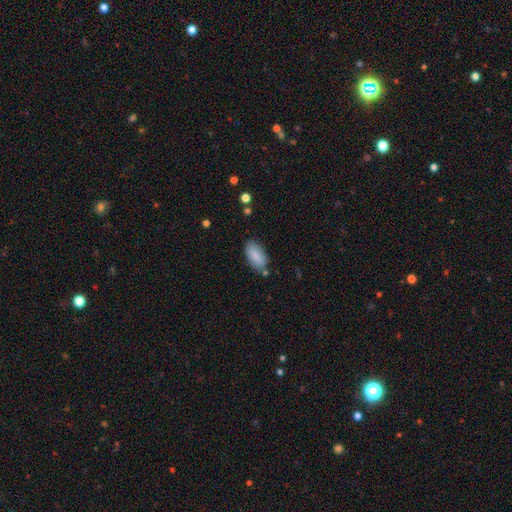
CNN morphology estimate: Smooth or featured? Predicted: smooth (p=0.84). How rounded? Predicted: in between (p=0.91). Merging? Predicted: none (p=0.77).